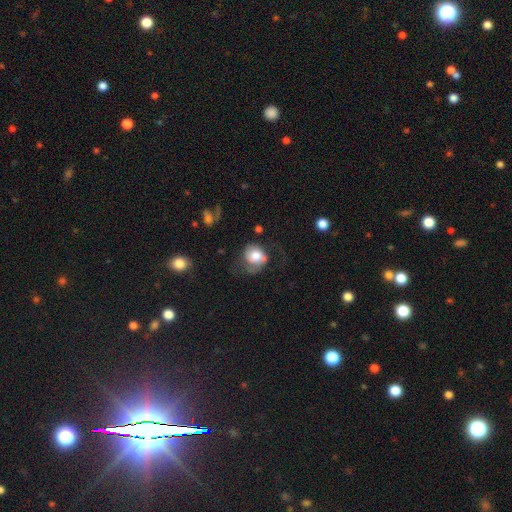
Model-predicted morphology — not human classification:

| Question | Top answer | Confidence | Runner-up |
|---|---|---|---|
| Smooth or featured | smooth | 56% | featured or disk (37%) |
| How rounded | round | 69% | in between (30%) |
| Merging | none | 41% | major disturbance (32%) |